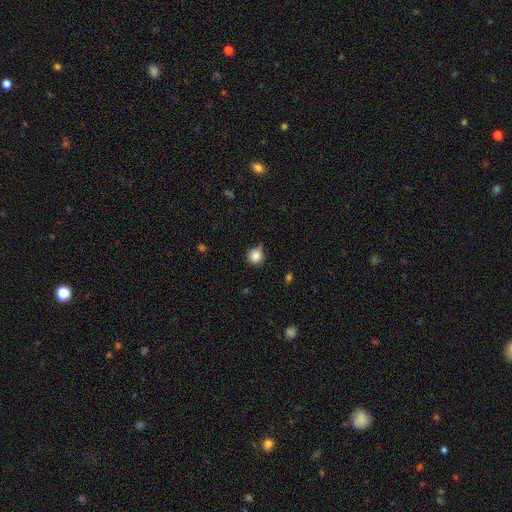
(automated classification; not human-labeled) Smooth or featured: smooth — 85% (star or artifact — 10%)
How rounded: round — 92% (in between — 7%)
Merging: none — 65% (minor disturbance — 27%)